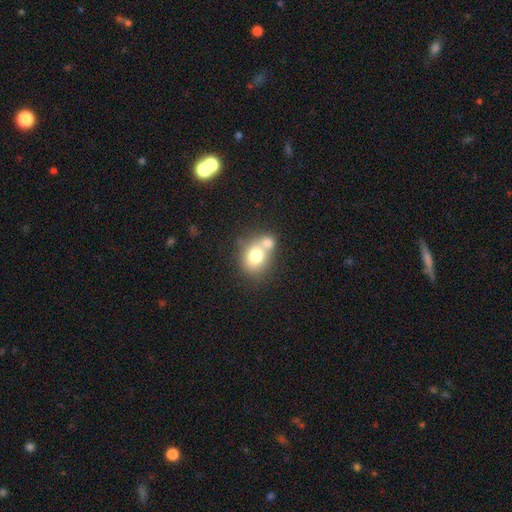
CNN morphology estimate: This is likely a smooth galaxy (73%). How rounded: possibly round (57%). Merging: possibly merger (56%).